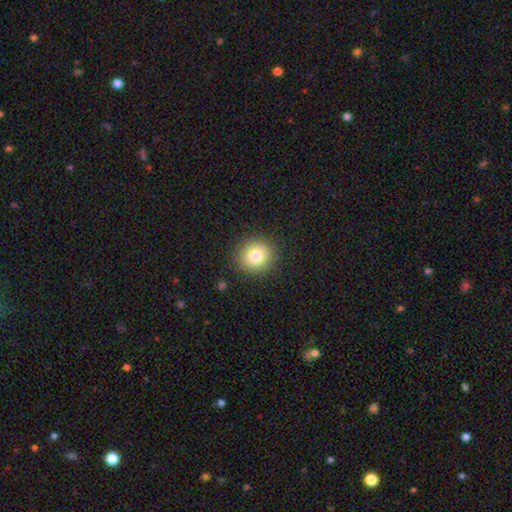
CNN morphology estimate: Smooth or featured? Predicted: smooth (p=0.80). How rounded? Predicted: round (p=0.89). Merging? Predicted: none (p=0.90).